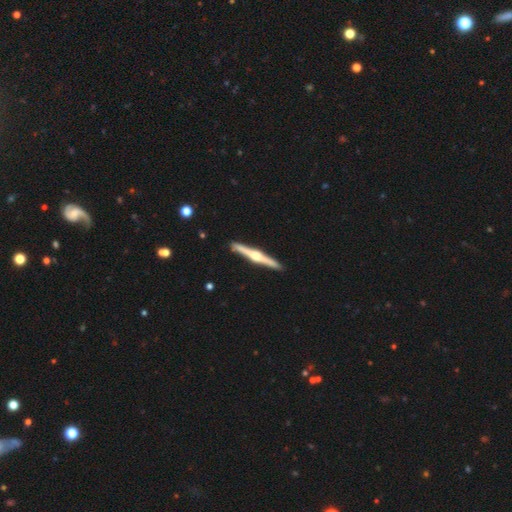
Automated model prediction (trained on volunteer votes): smooth_or_featured: featured or disk (p=0.81) [alt: smooth p=0.15]
disk_edge_on: yes (p=0.99) [alt: no p=0.01]
edge_on_bulge: rounded (p=0.91) [alt: boxy p=0.06]
merging: none (p=0.92) [alt: minor disturbance p=0.05]